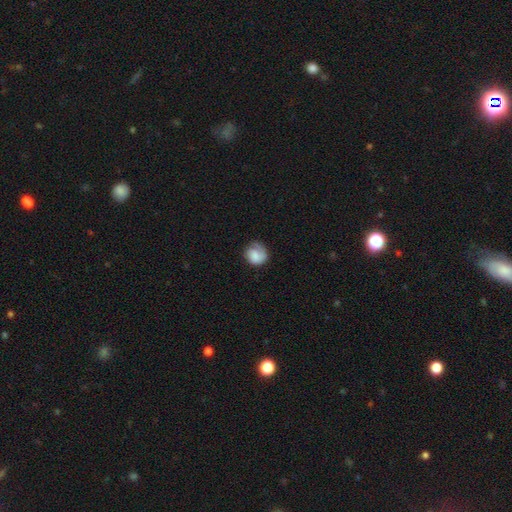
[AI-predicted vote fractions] Overall: smooth (68%). How rounded: round (76%). Merging: none (59%; minor disturbance 26%).